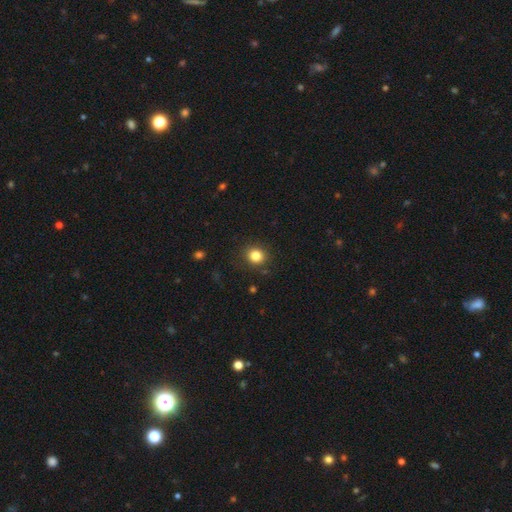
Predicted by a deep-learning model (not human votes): A smooth galaxy with no disk features (83%) that is round (80%).

Vote fractions:
- Smooth or featured? smooth: 83% / star or artifact: 11% / featured or disk: 6%
- How rounded? round: 80% / in between: 19% / cigar-shaped: 1%
- Merging? none: 88% / minor disturbance: 8% / major disturbance: 3% / merger: 1%